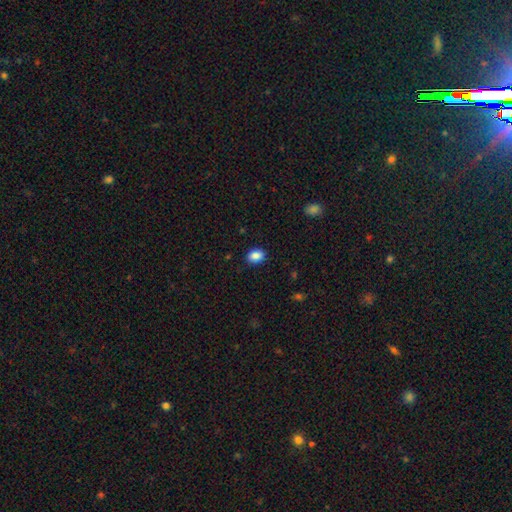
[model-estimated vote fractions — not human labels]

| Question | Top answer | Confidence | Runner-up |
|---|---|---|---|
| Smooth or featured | smooth | 88% | star or artifact (8%) |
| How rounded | in between | 74% | round (25%) |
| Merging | none | 88% | minor disturbance (9%) |